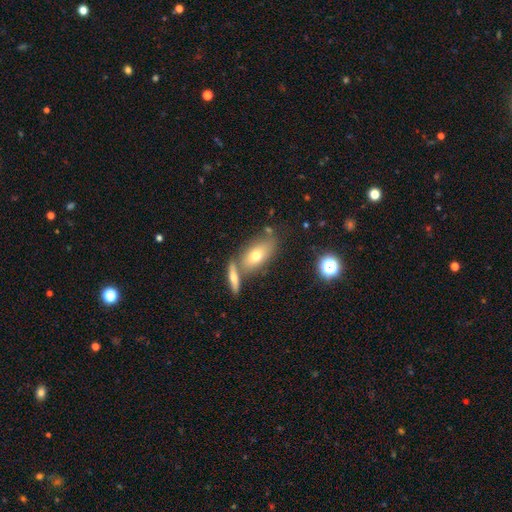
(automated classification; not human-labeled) Morphology: type=smooth (67%); roundness=in between (83%); merging=none (55%).